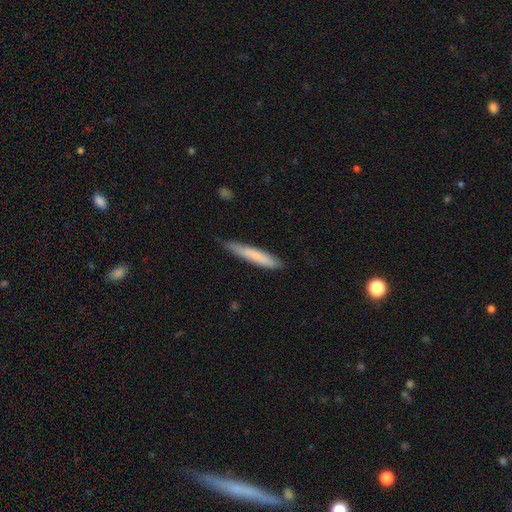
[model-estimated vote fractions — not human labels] This is likely a smooth galaxy (74%). How rounded: clearly cigar-shaped (94%). Merging: clearly none (81%).